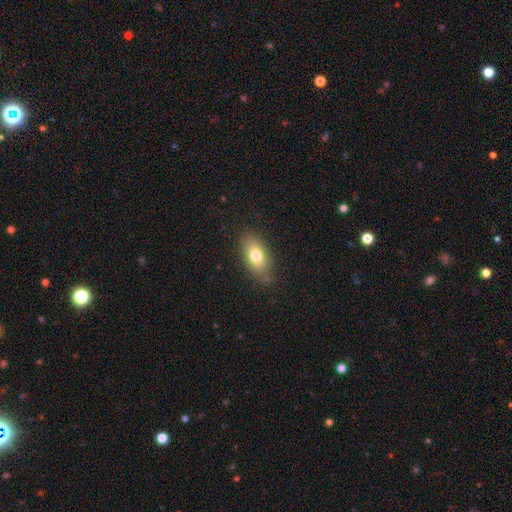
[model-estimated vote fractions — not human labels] Smooth or featured?
  - smooth: 75% *
  - featured or disk: 16%
  - star or artifact: 9%
How rounded?
  - in between: 86% *
  - round: 7%
  - cigar-shaped: 6%
Merging?
  - none: 78% *
  - minor disturbance: 17%
  - major disturbance: 4%
  - merger: 1%